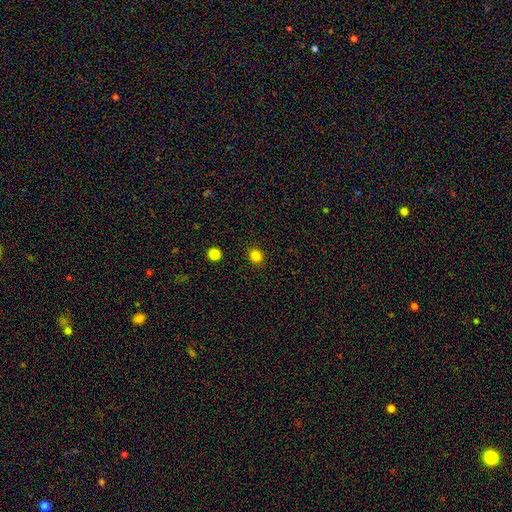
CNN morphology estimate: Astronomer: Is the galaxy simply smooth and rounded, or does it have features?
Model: smooth — 83%.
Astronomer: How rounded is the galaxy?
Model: round — 79%.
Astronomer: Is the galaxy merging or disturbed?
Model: none — 91%.